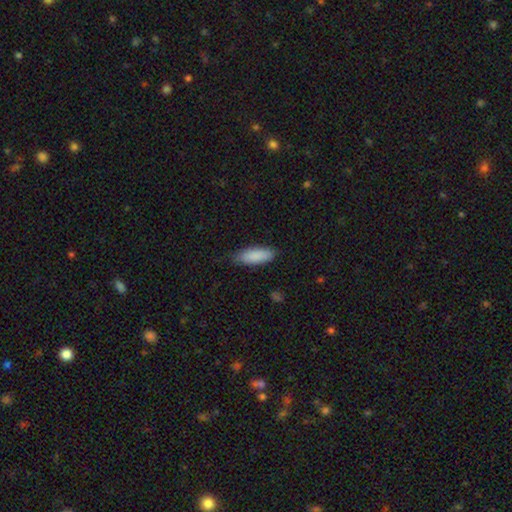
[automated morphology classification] A smooth galaxy with no disk features (89%) that is in between round and cigar-shaped (68%). Merging: none (82%).